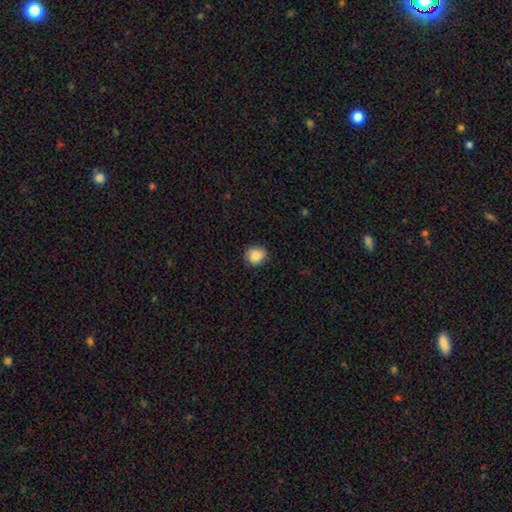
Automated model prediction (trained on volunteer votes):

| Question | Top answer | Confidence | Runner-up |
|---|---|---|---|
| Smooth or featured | smooth | 87% | star or artifact (8%) |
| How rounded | round | 78% | in between (21%) |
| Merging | none | 84% | minor disturbance (12%) |